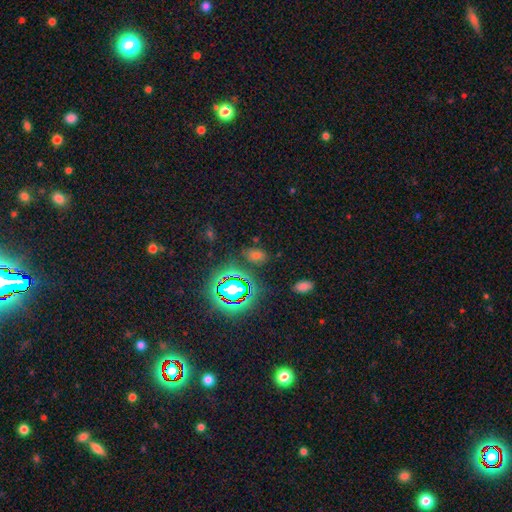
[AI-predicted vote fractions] Q: Smooth or featured?
A: smooth (53%); runner-up: star or artifact (38%)
Q: How rounded?
A: in between (80%); runner-up: round (18%)
Q: Merging?
A: none (78%); runner-up: minor disturbance (13%)